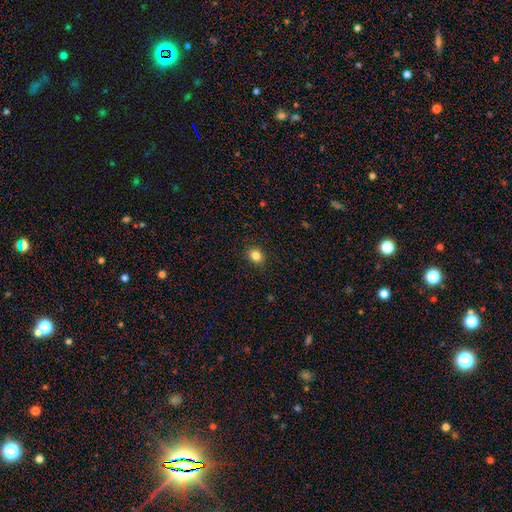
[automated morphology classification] Smooth or featured?
  - smooth: 84% *
  - star or artifact: 11%
  - featured or disk: 5%
How rounded?
  - round: 65% *
  - in between: 34%
  - cigar-shaped: 1%
Merging?
  - none: 89% *
  - minor disturbance: 8%
  - major disturbance: 2%
  - merger: 1%